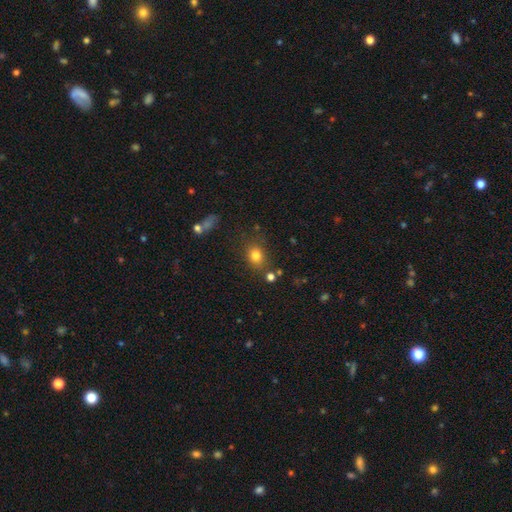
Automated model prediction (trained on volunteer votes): smooth-or-featured: smooth: 79% | star or artifact: 13% | featured or disk: 8%
  how-rounded: round: 53% | in between: 46% | cigar-shaped: 1%
  merging: none: 73% | minor disturbance: 15% | merger: 7% | major disturbance: 6%